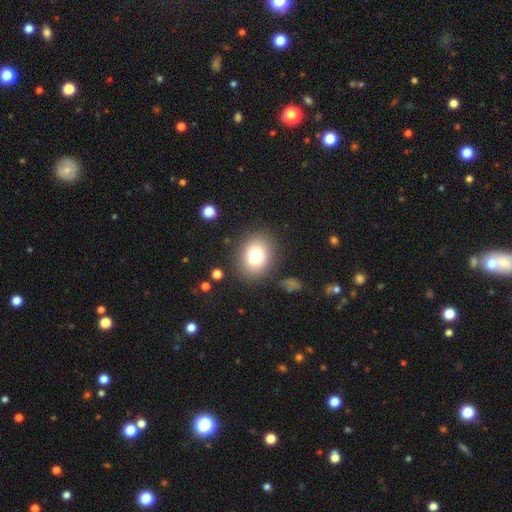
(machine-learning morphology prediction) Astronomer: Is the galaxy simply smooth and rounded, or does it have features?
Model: smooth — 76%.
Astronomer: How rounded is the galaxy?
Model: round — 54% (runner-up: in between, 45%).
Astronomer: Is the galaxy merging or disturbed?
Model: none — 82%.